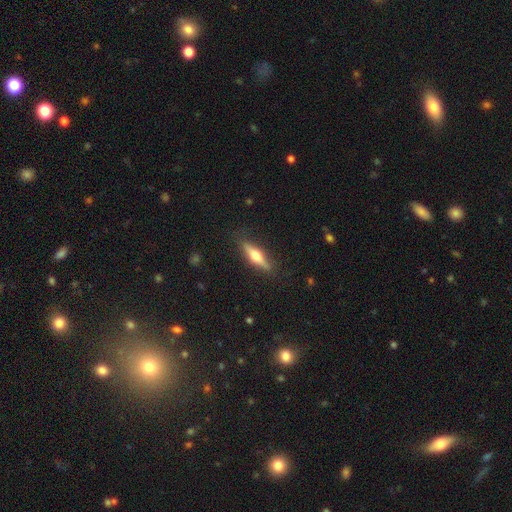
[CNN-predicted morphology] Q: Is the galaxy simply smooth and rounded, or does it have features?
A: featured or disk — 58%.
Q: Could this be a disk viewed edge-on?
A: yes — 95%.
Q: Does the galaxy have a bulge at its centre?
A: rounded — 94%.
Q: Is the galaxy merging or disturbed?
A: none — 87%.